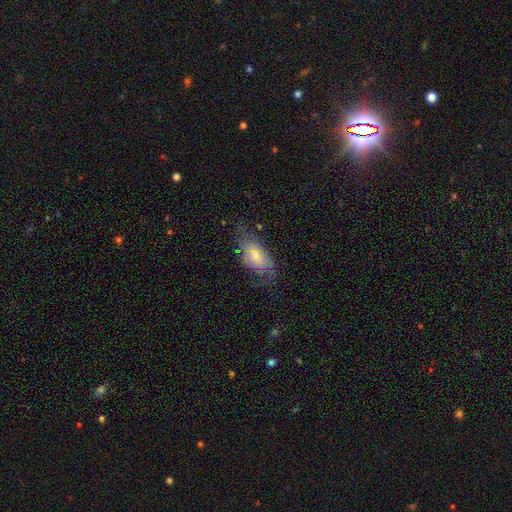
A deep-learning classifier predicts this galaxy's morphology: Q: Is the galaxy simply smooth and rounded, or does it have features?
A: smooth — 46%.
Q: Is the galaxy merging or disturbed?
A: none — 40%.